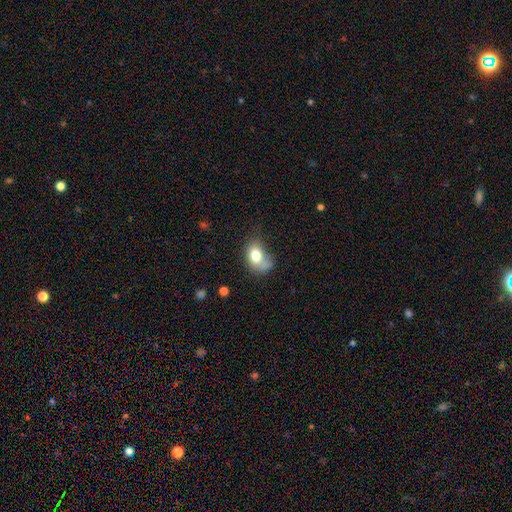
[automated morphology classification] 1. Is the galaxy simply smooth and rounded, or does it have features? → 76% smooth, 15% featured or disk, 9% star or artifact.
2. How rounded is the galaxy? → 73% in between, 26% round, 1% cigar-shaped.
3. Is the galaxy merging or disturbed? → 34% none, 31% minor disturbance, 24% major disturbance, 11% merger.